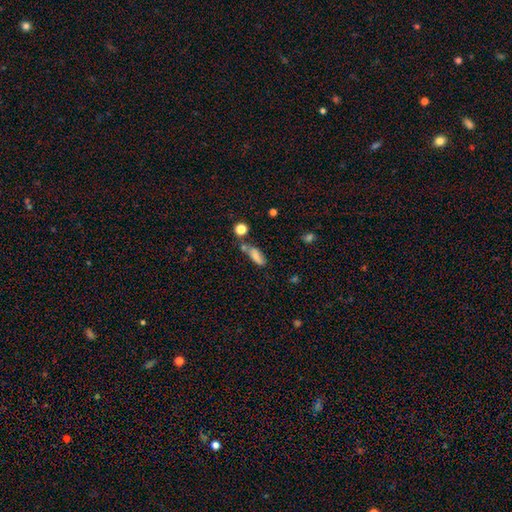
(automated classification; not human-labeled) Smooth or featured: smooth — 75% (featured or disk — 14%)
How rounded: in between — 65% (cigar-shaped — 30%)
Merging: none — 51% (minor disturbance — 22%)